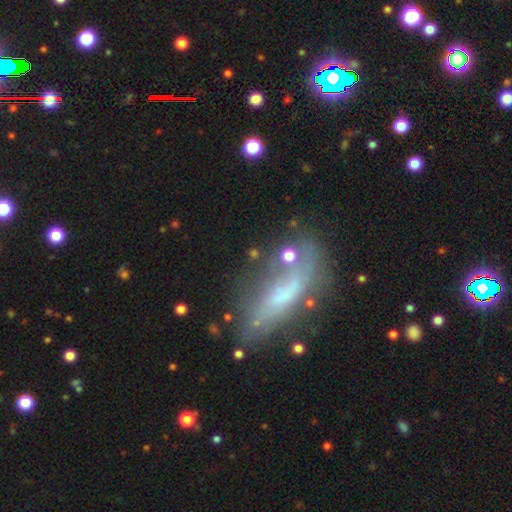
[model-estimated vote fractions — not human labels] Morphology: type=featured or disk (45%); merging=none (46%).